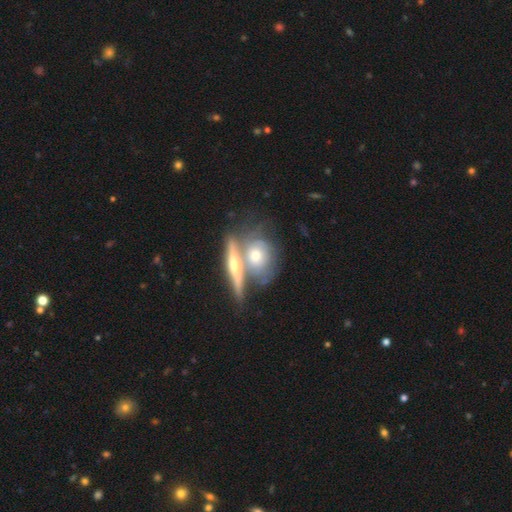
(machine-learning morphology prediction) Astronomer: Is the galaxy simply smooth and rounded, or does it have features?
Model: featured or disk — 62%.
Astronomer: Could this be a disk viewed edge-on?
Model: no — 54% (runner-up: yes, 46%).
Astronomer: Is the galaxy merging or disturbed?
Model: merger — 42% (runner-up: none, 39%).